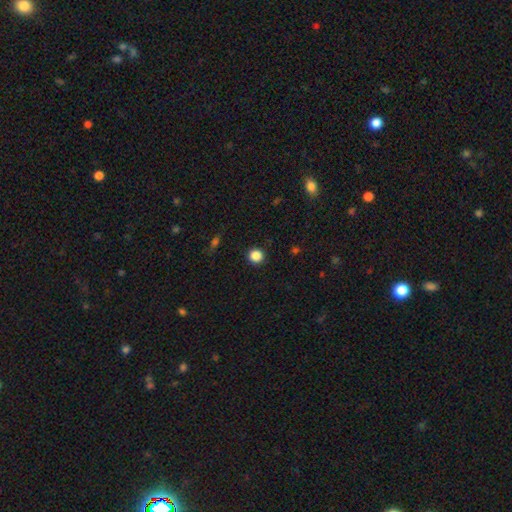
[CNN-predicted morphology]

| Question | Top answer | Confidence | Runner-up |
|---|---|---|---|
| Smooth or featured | smooth | 86% | star or artifact (11%) |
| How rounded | round | 94% | in between (5%) |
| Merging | none | 92% | minor disturbance (5%) |